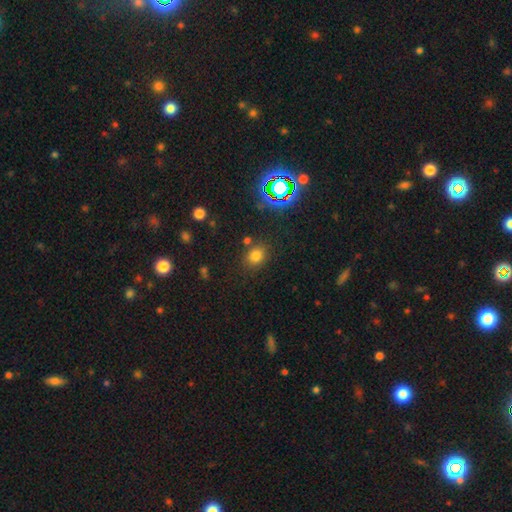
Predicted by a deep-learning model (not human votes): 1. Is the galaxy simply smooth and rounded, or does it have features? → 72% smooth, 20% star or artifact, 7% featured or disk.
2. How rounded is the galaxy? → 63% round, 36% in between, 1% cigar-shaped.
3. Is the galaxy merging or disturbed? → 78% none, 11% minor disturbance, 6% merger, 4% major disturbance.